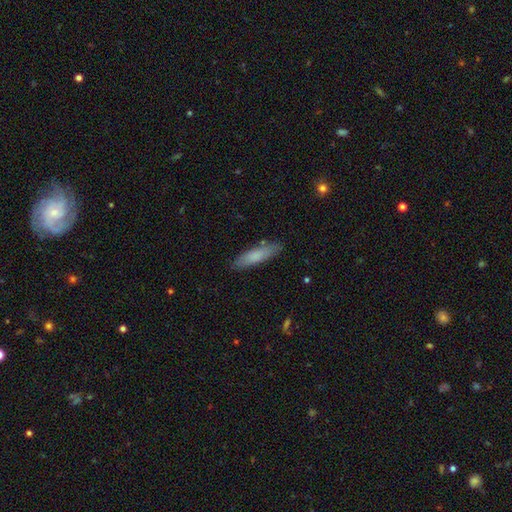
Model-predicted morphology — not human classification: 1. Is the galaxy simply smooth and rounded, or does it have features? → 77% smooth, 17% featured or disk, 6% star or artifact.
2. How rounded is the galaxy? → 74% cigar-shaped, 25% in between, 1% round.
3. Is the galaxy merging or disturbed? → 84% none, 12% minor disturbance, 2% major disturbance, 2% merger.